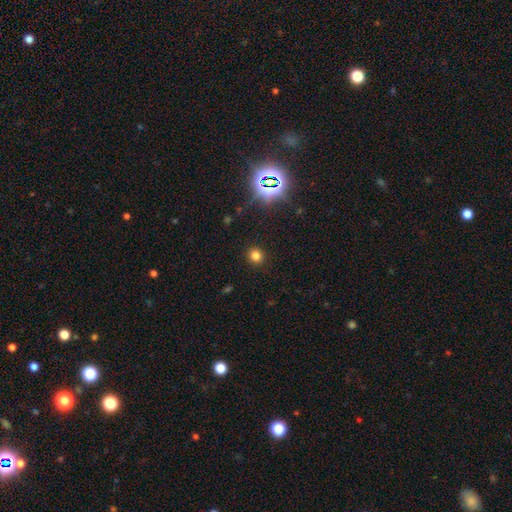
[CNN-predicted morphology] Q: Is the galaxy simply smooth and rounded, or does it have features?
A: smooth — 75%.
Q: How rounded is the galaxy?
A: round — 88%.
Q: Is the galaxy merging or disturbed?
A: none — 91%.